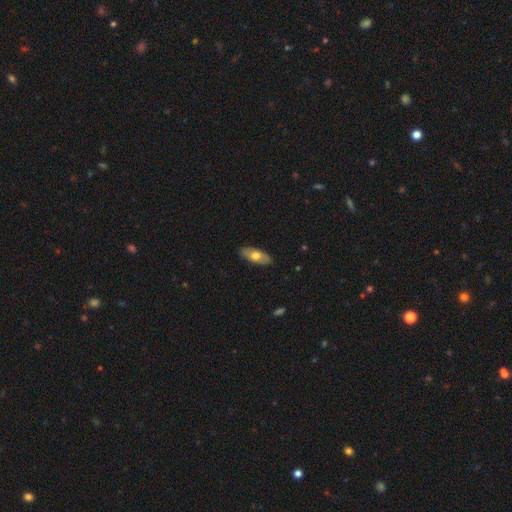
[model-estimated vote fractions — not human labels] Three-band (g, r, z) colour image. It shows a smooth galaxy with no disk features (59%) that is in between round and cigar-shaped (81%). Merging: none (88%).